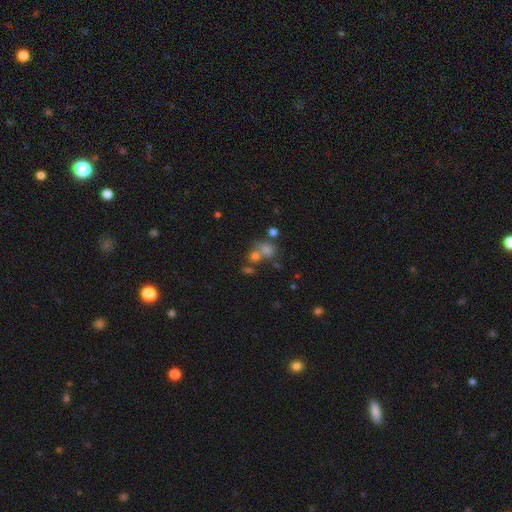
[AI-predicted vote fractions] This is likely a smooth galaxy (62%). How rounded: likely round (73%). Merging: marginally none (44%).